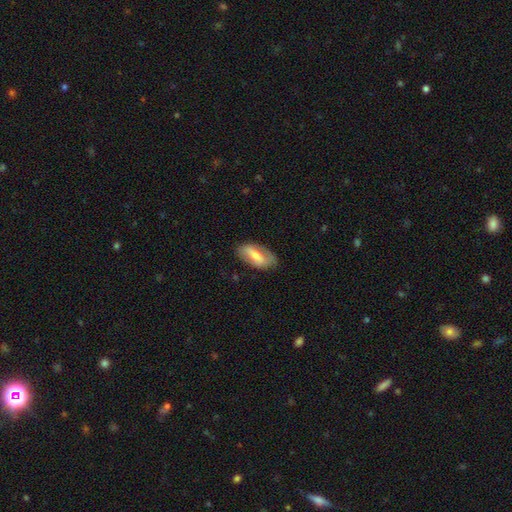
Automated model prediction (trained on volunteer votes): Q: Smooth or featured?
A: smooth (56%); runner-up: featured or disk (37%)
Q: How rounded?
A: in between (87%); runner-up: cigar-shaped (10%)
Q: Merging?
A: none (71%); runner-up: minor disturbance (21%)